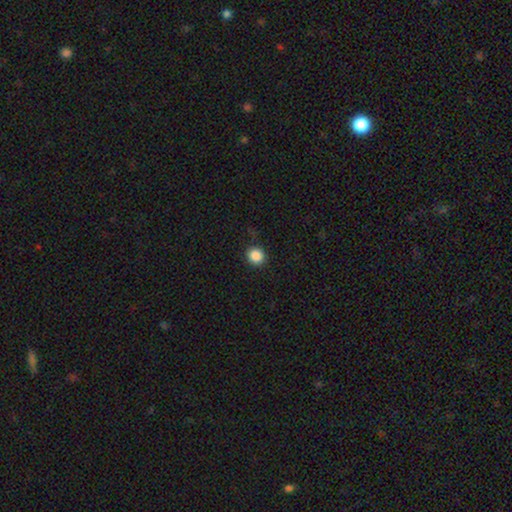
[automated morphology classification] Smooth or featured?
  - smooth: 87% *
  - star or artifact: 10%
  - featured or disk: 3%
How rounded?
  - round: 89% *
  - in between: 10%
  - cigar-shaped: 1%
Merging?
  - none: 88% *
  - minor disturbance: 9%
  - major disturbance: 3%
  - merger: 1%